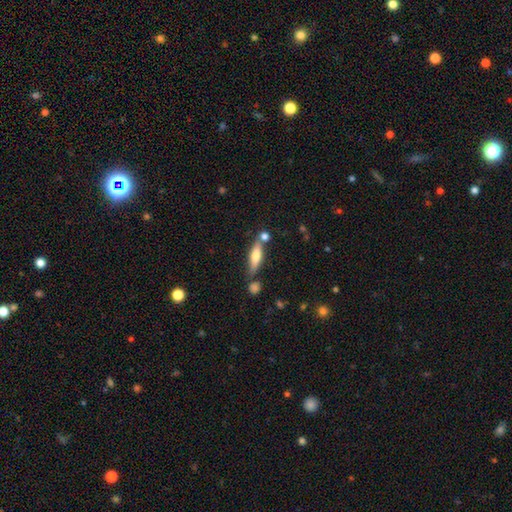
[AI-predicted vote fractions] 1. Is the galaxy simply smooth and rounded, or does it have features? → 56% smooth, 37% featured or disk, 7% star or artifact.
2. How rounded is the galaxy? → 66% cigar-shaped, 32% in between, 2% round.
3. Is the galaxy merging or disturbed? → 67% none, 16% merger, 14% minor disturbance, 4% major disturbance.